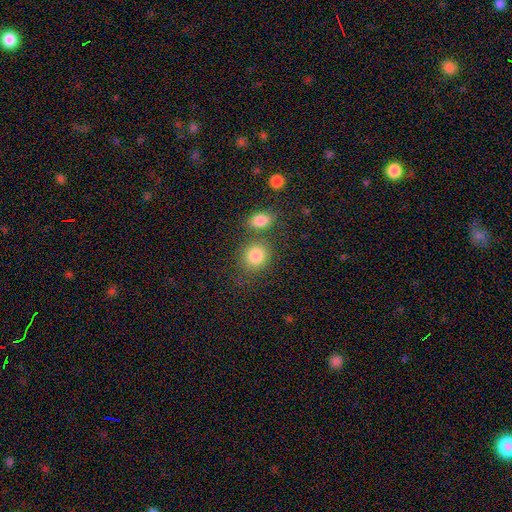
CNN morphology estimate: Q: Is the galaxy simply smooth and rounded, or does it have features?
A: smooth — 84%.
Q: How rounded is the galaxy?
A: round — 68%.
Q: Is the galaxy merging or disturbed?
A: none — 63%.